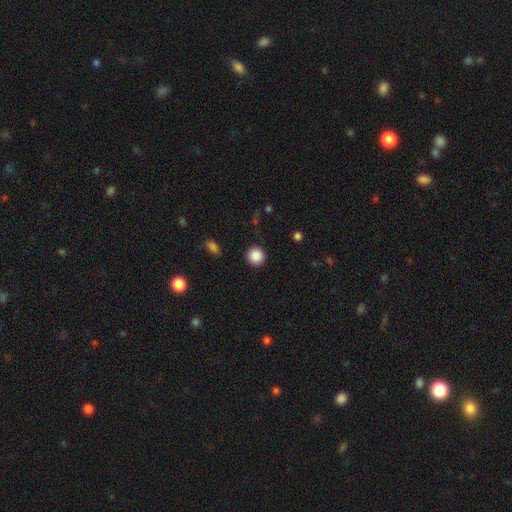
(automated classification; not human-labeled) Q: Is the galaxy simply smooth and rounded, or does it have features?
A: smooth — 87%.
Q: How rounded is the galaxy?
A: round — 94%.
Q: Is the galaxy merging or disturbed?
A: none — 91%.